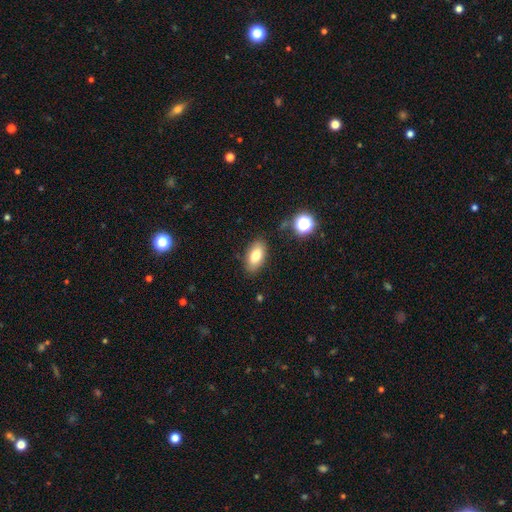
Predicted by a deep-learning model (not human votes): smooth 79%, featured or disk 13%, star or artifact 9%. Down the decision tree: how rounded — in between (90%); merging — none (84%).